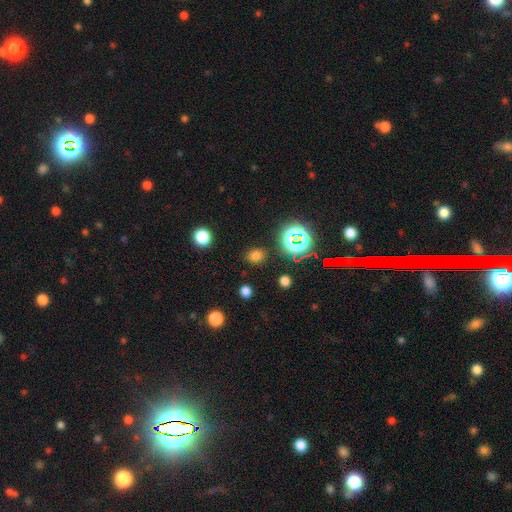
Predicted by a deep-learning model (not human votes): This appears to be a smooth galaxy with no disk features (69%) that is round (73%). Merging: none (86%).